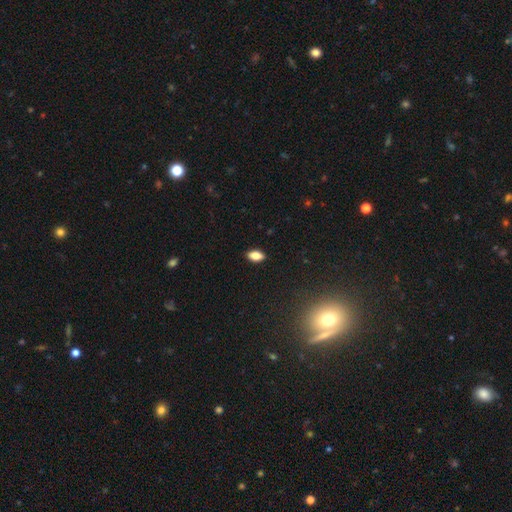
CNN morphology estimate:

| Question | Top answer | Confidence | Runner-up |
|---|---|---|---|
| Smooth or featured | smooth | 81% | featured or disk (10%) |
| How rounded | in between | 91% | round (5%) |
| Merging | none | 89% | minor disturbance (8%) |